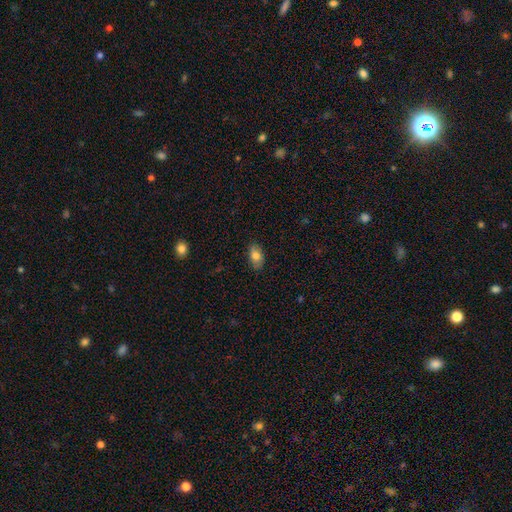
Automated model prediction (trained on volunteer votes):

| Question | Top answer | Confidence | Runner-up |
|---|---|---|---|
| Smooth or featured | smooth | 77% | featured or disk (16%) |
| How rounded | in between | 92% | round (6%) |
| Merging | none | 84% | minor disturbance (13%) |